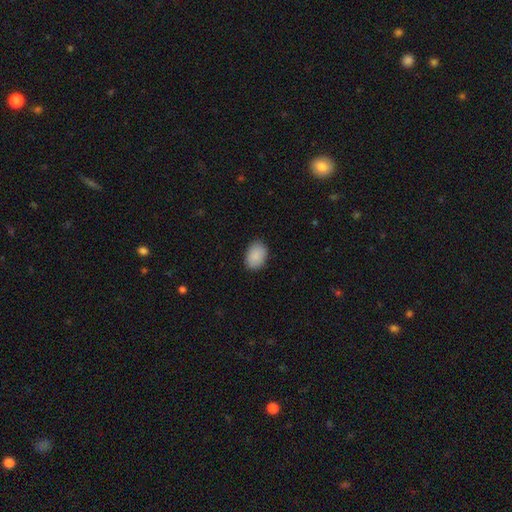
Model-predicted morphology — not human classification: Smooth or featured? smooth (90%)
How rounded? in between (82%)
Merging? none (86%)